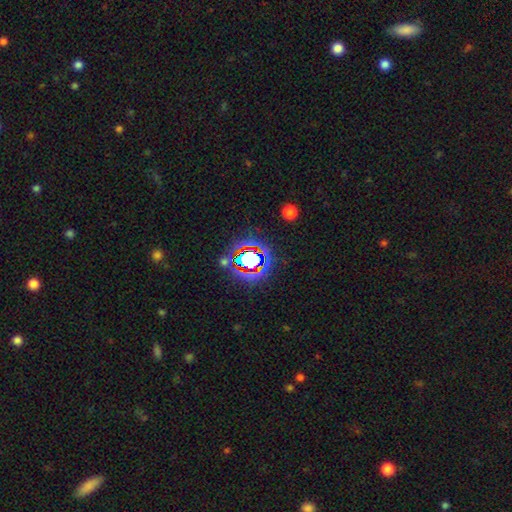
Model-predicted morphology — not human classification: smooth_or_featured: star or artifact (p=0.76) [alt: smooth p=0.14]